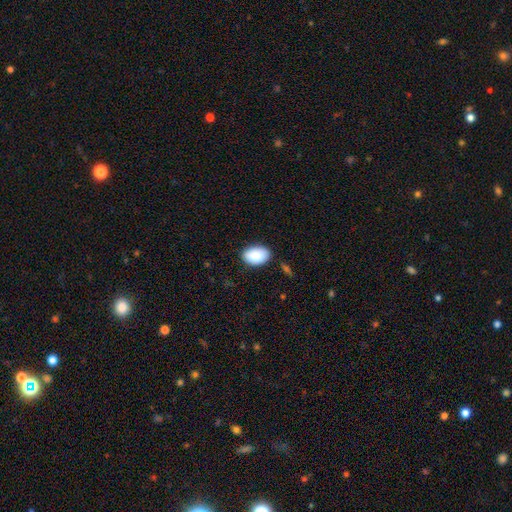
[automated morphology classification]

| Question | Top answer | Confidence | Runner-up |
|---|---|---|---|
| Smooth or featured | smooth | 90% | star or artifact (6%) |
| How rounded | in between | 89% | round (10%) |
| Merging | none | 85% | minor disturbance (11%) |